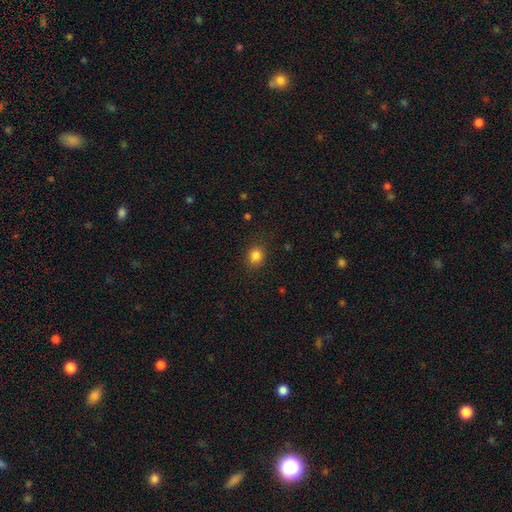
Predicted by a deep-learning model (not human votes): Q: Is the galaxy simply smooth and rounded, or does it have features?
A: smooth — 83%.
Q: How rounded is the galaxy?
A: round — 71%.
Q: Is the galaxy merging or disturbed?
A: none — 85%.